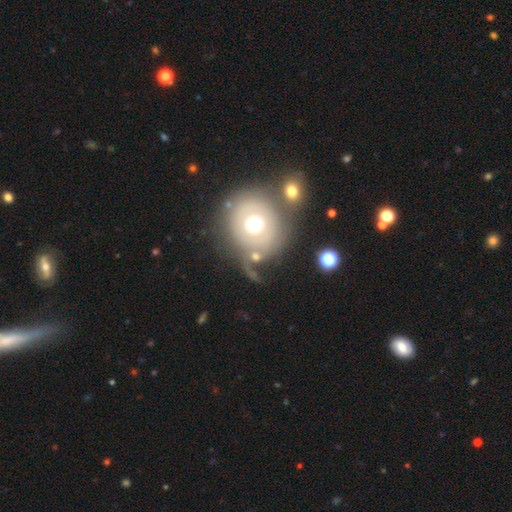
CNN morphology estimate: This appears to be a smooth galaxy with no disk features (53%) that is round (81%). Merging: none (51%).